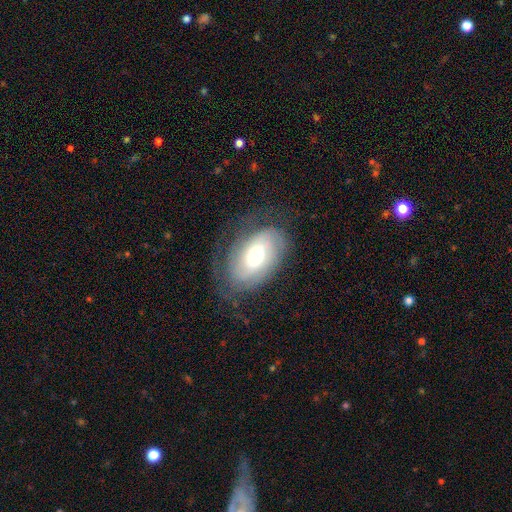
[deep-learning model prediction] The model was most divided on "spiral arm count": 2: 43%, can't tell: 38%, 3: 7%, 1: 6%, 4: 3%, more than 4: 3%. More confident: edge-on disk — no (94%); spiral arms — yes (84%); merging — none (66%); smooth or featured — featured or disk (64%); bulge size — moderate (64%); bar — no (57%); spiral winding — tight (53%).